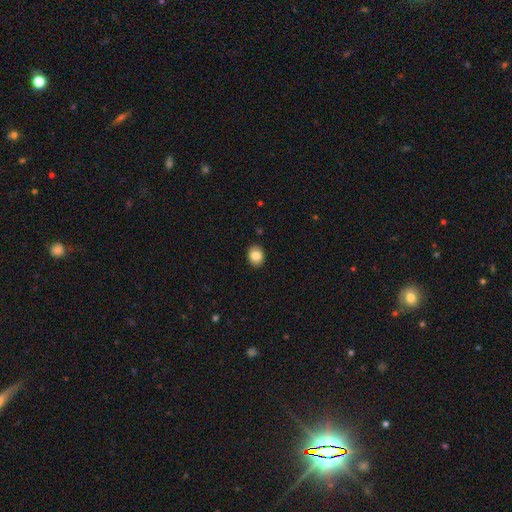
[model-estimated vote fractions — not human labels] smooth_or_featured: smooth (p=0.83) [alt: star or artifact p=0.08]
how_rounded: in between (p=0.53) [alt: round p=0.46]
merging: none (p=0.90) [alt: minor disturbance p=0.07]